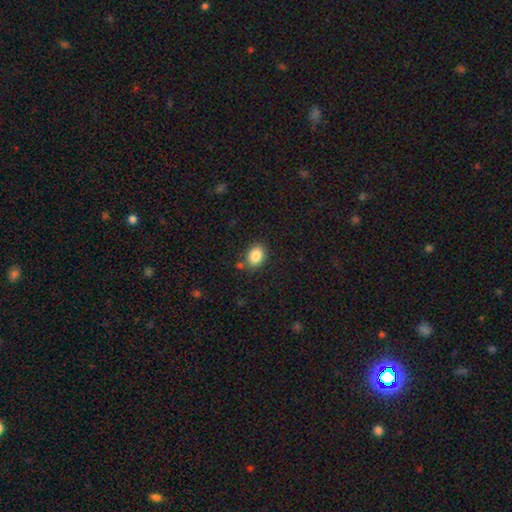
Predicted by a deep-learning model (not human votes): Q: Smooth or featured?
A: smooth (86%); runner-up: star or artifact (8%)
Q: How rounded?
A: in between (70%); runner-up: round (29%)
Q: Merging?
A: none (79%); runner-up: minor disturbance (13%)